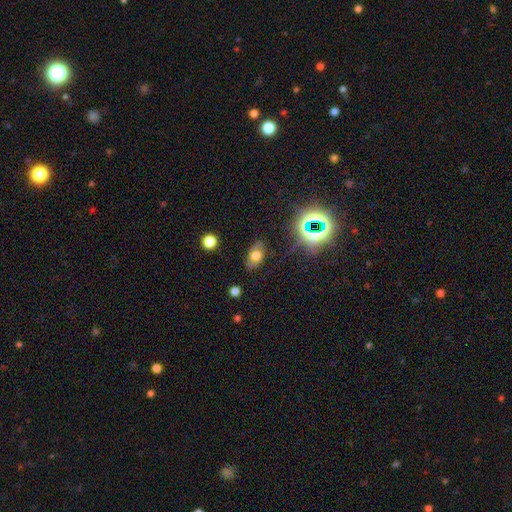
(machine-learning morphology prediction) smooth-or-featured: smooth: 60% | featured or disk: 22% | star or artifact: 18%
  how-rounded: in between: 86% | round: 12% | cigar-shaped: 2%
  merging: none: 77% | minor disturbance: 17% | major disturbance: 5% | merger: 2%